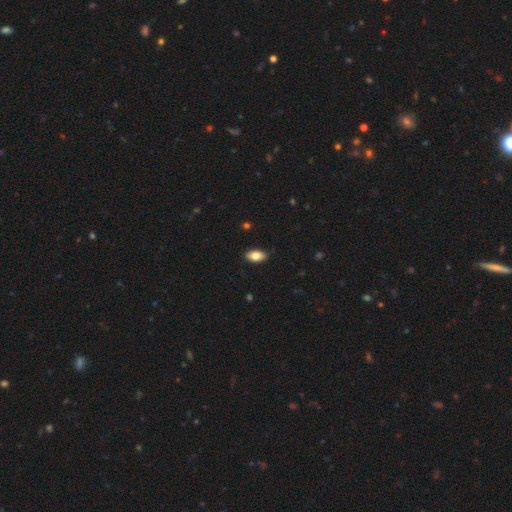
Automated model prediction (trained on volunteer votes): Smooth or featured? smooth (82%)
How rounded? in between (92%)
Merging? none (88%)